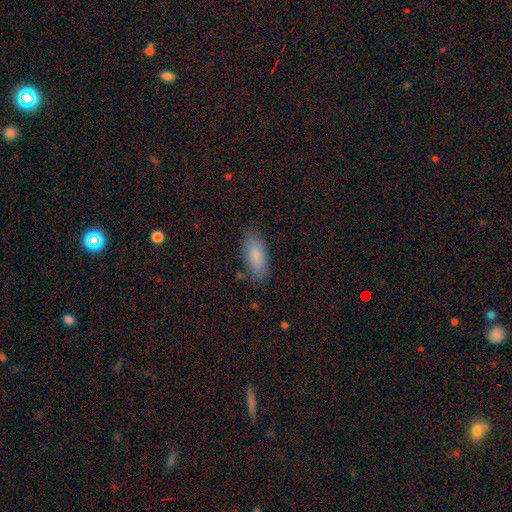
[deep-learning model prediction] This is clearly a smooth galaxy (85%). How rounded: likely in between (80%). Merging: clearly none (83%).